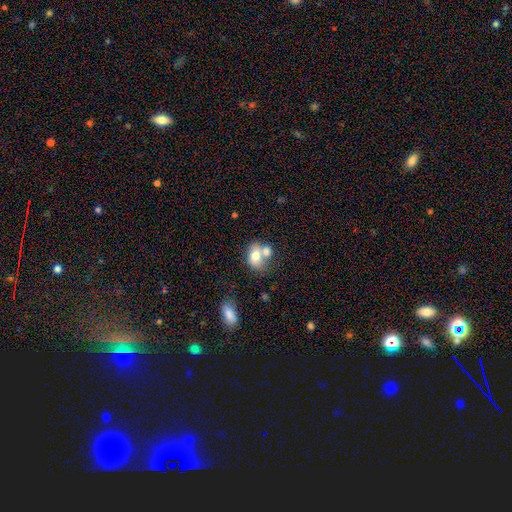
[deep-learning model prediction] Smooth or featured: smooth — 71% (featured or disk — 20%)
How rounded: in between — 67% (round — 32%)
Merging: merger — 56% (none — 29%)